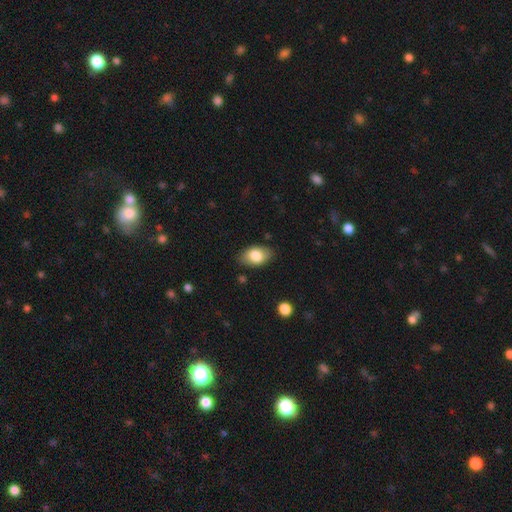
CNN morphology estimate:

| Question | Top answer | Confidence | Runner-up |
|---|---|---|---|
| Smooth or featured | smooth | 80% | featured or disk (13%) |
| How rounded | in between | 90% | round (8%) |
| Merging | none | 83% | minor disturbance (13%) |